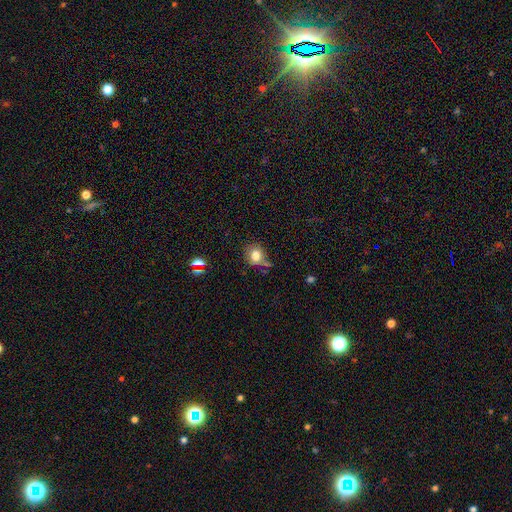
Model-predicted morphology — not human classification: Smooth or featured? Predicted: smooth (p=0.79). How rounded? Predicted: round (p=0.72). Merging? Predicted: none (p=0.65).